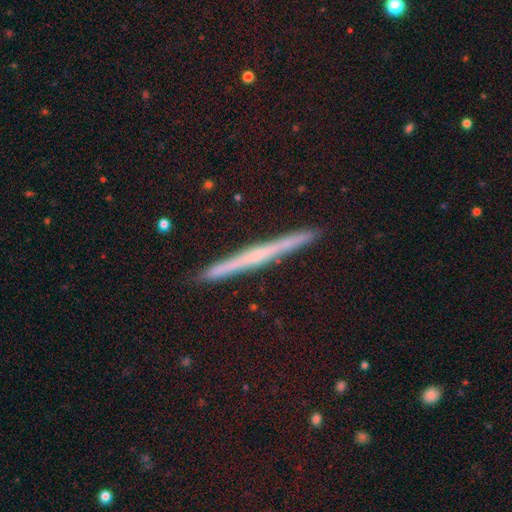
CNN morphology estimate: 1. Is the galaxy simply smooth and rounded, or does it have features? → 61% featured or disk, 28% smooth, 11% star or artifact.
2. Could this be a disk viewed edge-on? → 98% yes, 2% no.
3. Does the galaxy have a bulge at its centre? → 65% none, 27% rounded, 8% boxy.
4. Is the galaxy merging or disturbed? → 92% none, 6% minor disturbance, 1% major disturbance, 1% merger.